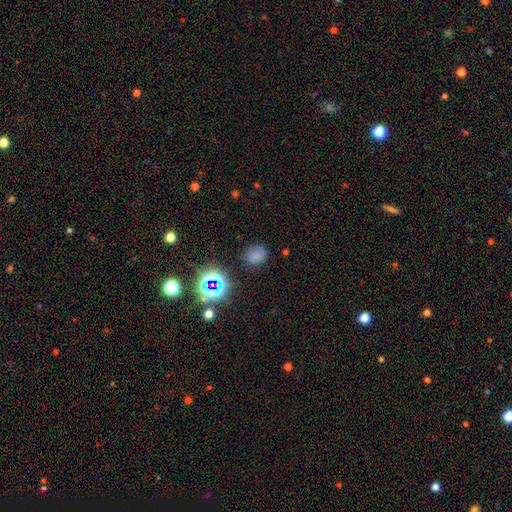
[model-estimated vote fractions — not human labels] This appears to be a smooth galaxy with no disk features (68%) that is round (67%). Merging: none (77%).